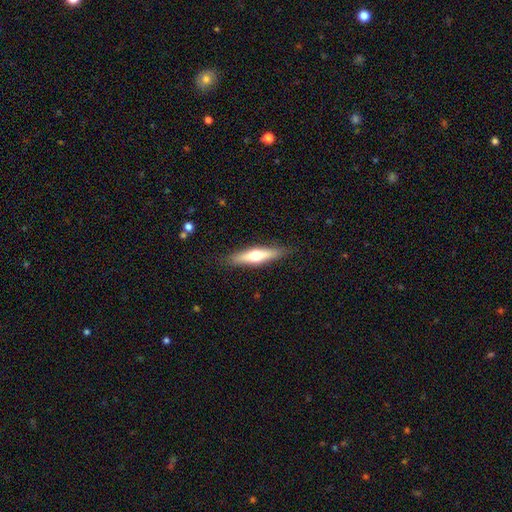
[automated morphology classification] Overall: featured or disk (50%; smooth 44%). Edge-on disk: yes (92%). Merging: none (88%).